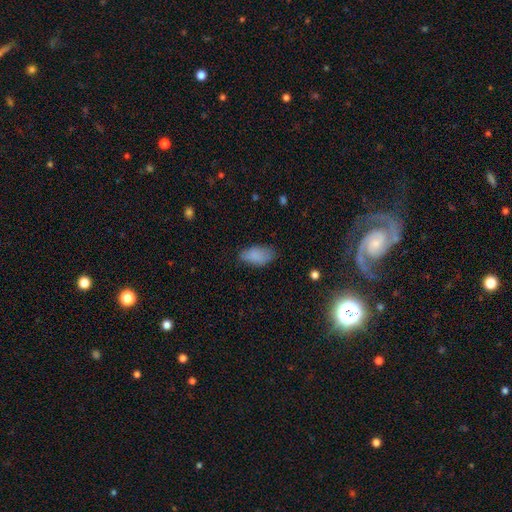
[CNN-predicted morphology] smooth_or_featured: smooth (p=0.85) [alt: star or artifact p=0.08]
how_rounded: in between (p=0.93) [alt: round p=0.04]
merging: none (p=0.70) [alt: minor disturbance p=0.23]